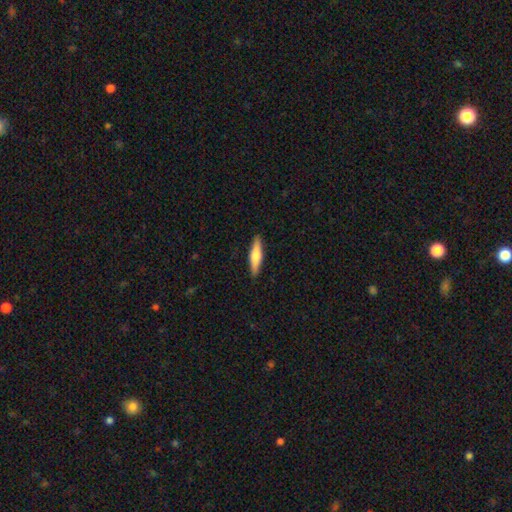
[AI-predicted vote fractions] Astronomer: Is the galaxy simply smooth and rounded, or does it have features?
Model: smooth — 60%.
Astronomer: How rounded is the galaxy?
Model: cigar-shaped — 77%.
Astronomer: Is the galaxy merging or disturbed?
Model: none — 90%.